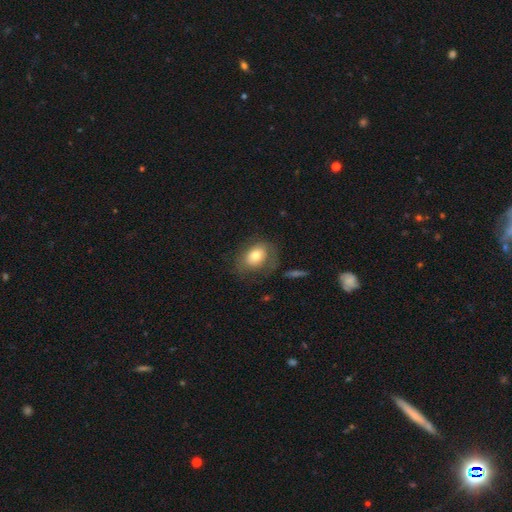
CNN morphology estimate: type=smooth (70%); roundness=in between (64%); merging=none (60%).